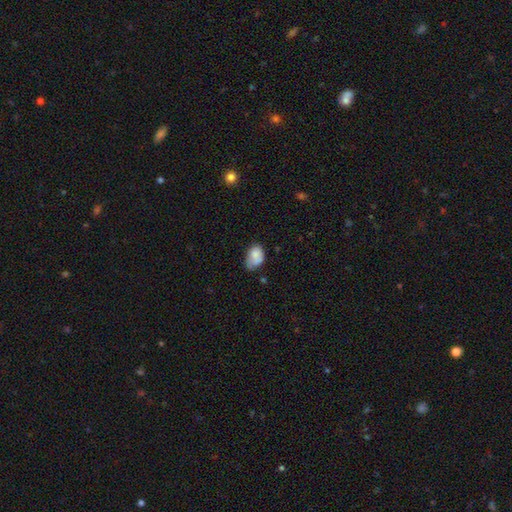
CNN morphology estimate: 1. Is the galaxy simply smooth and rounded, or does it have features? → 76% smooth, 16% featured or disk, 8% star or artifact.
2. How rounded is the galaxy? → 81% in between, 18% round, 1% cigar-shaped.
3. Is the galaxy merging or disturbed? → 40% none, 39% minor disturbance, 13% major disturbance, 8% merger.